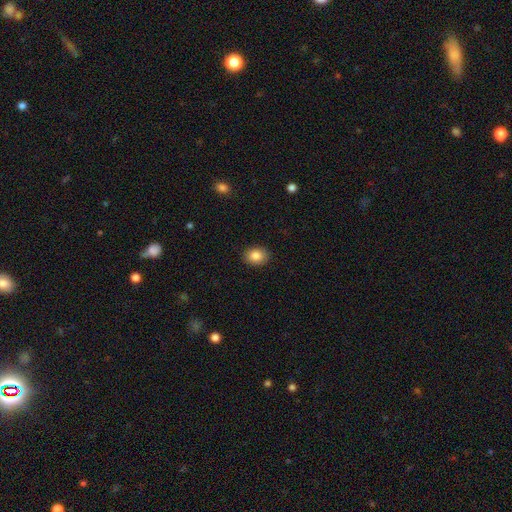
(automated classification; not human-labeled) Smooth or featured? smooth (85%)
How rounded? in between (61%)
Merging? none (90%)